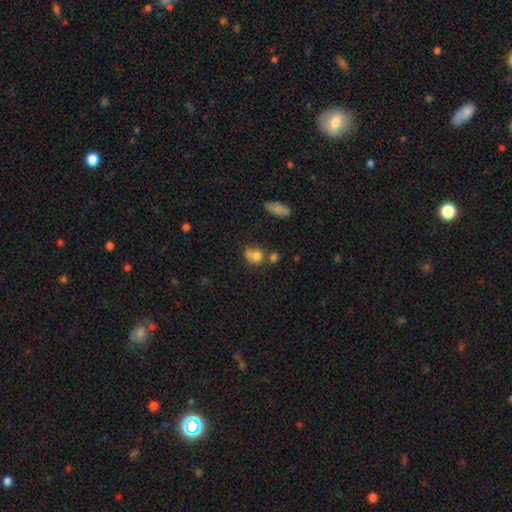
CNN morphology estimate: This is likely a smooth galaxy (75%). How rounded: likely round (67%). Merging: marginally merger (40%).